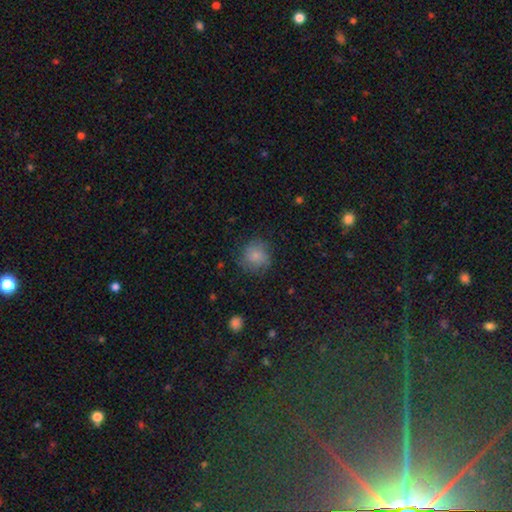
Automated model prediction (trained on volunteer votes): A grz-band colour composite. It shows a smooth galaxy with no disk features (78%) that is round (89%). Merging: none (74%).